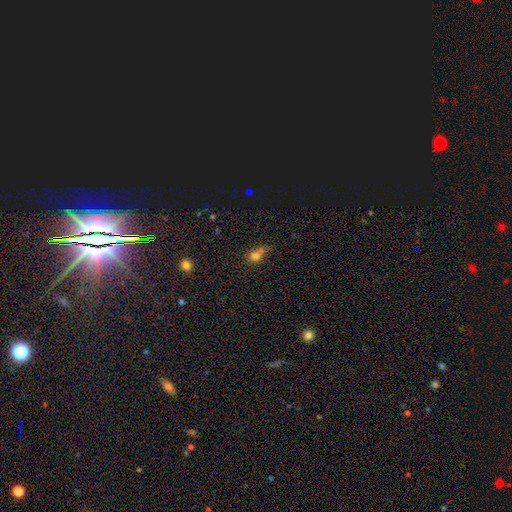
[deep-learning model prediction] Q: Smooth or featured?
A: smooth (73%); runner-up: star or artifact (17%)
Q: How rounded?
A: round (64%); runner-up: in between (33%)
Q: Merging?
A: none (39%); runner-up: merger (24%)